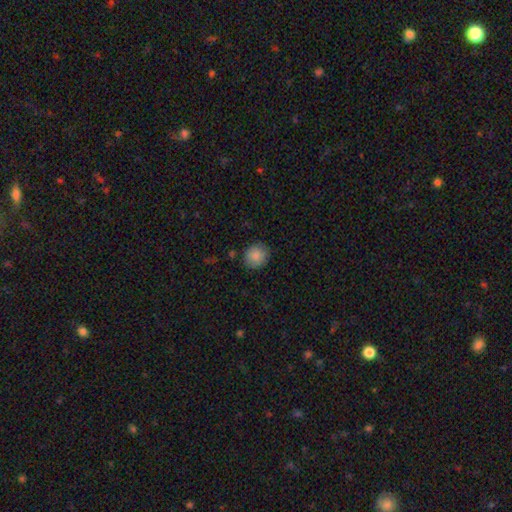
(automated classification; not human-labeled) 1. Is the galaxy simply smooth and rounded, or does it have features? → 87% smooth, 8% star or artifact, 5% featured or disk.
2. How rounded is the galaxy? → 86% round, 13% in between, 1% cigar-shaped.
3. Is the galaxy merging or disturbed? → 87% none, 9% minor disturbance, 2% major disturbance, 2% merger.